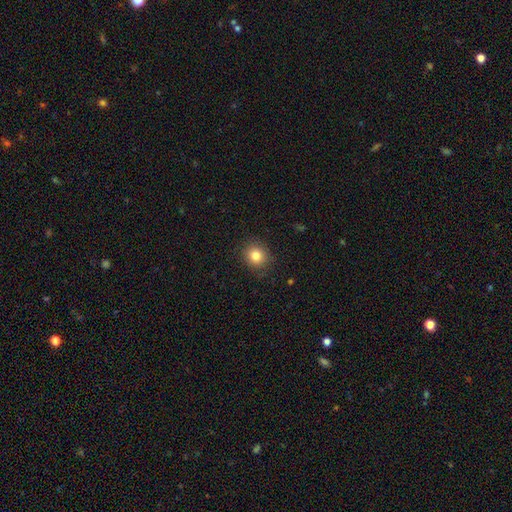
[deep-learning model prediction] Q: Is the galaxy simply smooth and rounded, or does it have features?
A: smooth — 82%.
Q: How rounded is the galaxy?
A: round — 84%.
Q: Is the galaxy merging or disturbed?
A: none — 88%.